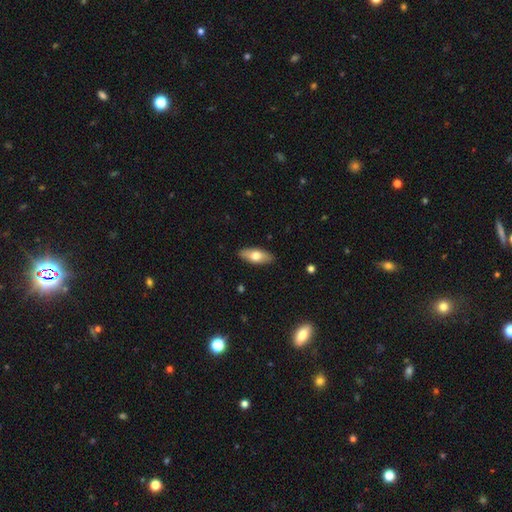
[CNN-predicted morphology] smooth 70%, featured or disk 25%, star or artifact 6%. Down the decision tree: how rounded — in between (80%); merging — none (88%).